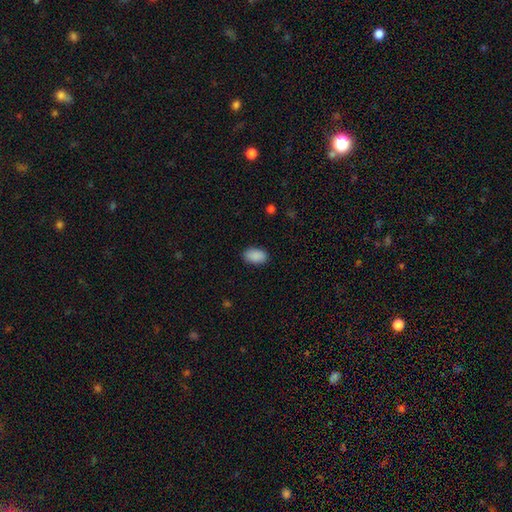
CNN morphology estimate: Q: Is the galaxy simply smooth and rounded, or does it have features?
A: smooth — 90%.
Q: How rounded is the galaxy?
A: in between — 92%.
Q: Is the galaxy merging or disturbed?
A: none — 87%.